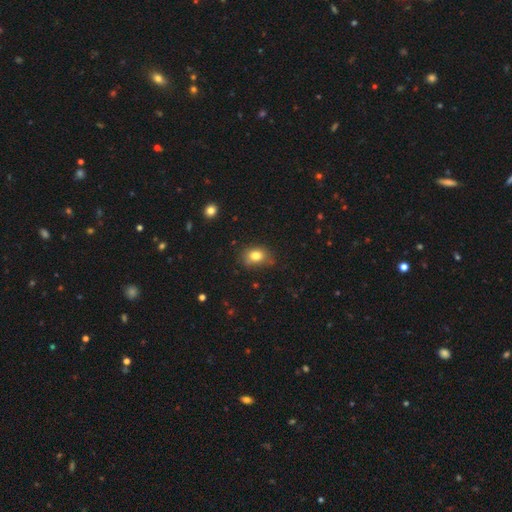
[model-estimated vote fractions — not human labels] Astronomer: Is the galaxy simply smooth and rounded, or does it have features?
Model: smooth — 81%.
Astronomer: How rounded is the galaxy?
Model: in between — 64%.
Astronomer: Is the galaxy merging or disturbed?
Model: none — 70%.